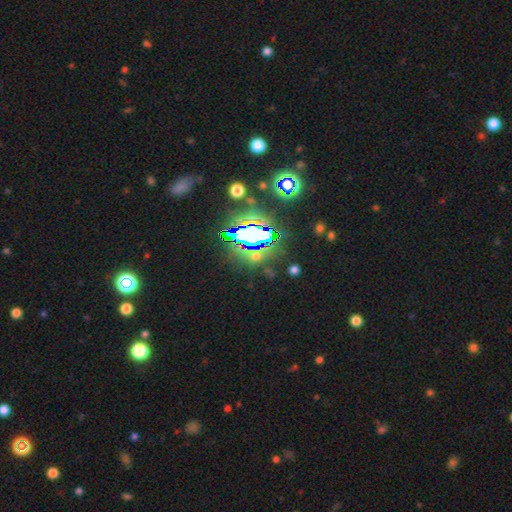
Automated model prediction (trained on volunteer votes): Smooth or featured? Predicted: star or artifact (p=0.69).